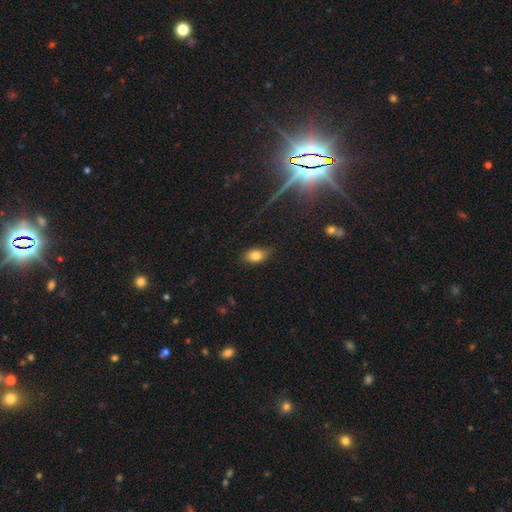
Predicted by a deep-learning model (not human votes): Morphology: type=smooth (78%); roundness=in between (84%); merging=none (76%).